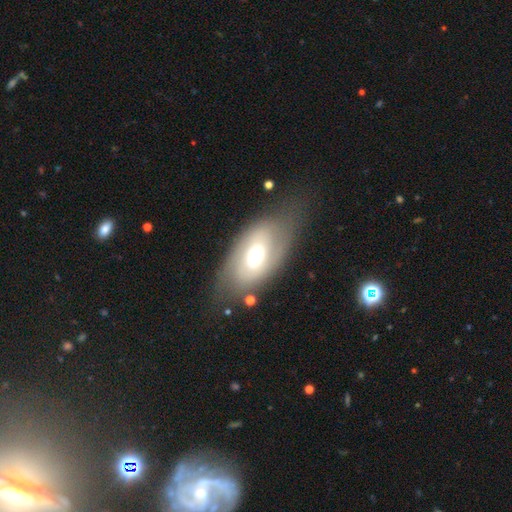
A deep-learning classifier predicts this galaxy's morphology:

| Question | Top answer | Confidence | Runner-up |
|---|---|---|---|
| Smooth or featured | smooth | 50% | featured or disk (42%) |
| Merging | none | 58% | minor disturbance (22%) |